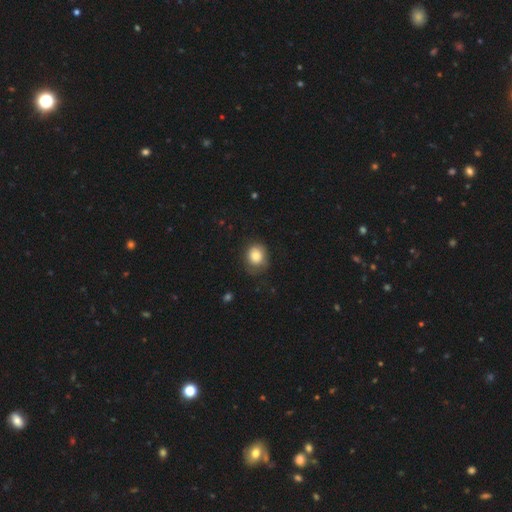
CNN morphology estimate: A smooth galaxy with no disk features (79%) that is round (67%).

Vote fractions:
- Smooth or featured? smooth: 79% / featured or disk: 13% / star or artifact: 9%
- How rounded? round: 67% / in between: 32% / cigar-shaped: 1%
- Merging? none: 60% / minor disturbance: 27% / major disturbance: 11% / merger: 1%